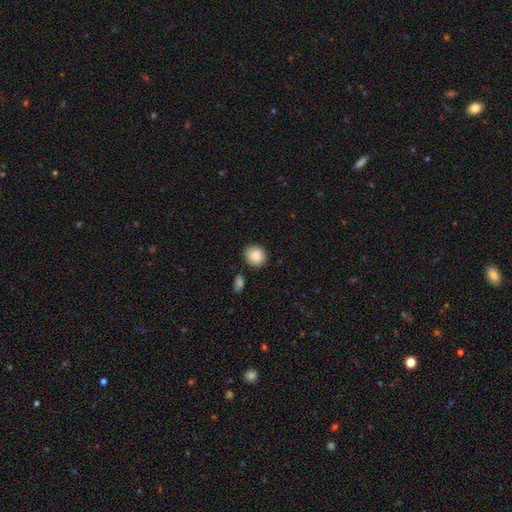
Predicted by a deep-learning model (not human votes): smooth_or_featured: smooth (p=0.87) [alt: star or artifact p=0.08]
how_rounded: round (p=0.81) [alt: in between p=0.18]
merging: none (p=0.86) [alt: minor disturbance p=0.09]